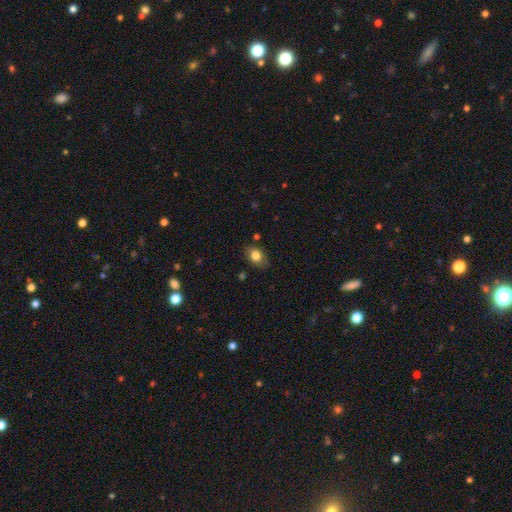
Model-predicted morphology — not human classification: A smooth galaxy with no disk features (82%) that is in between round and cigar-shaped (73%). Merging: none (79%).